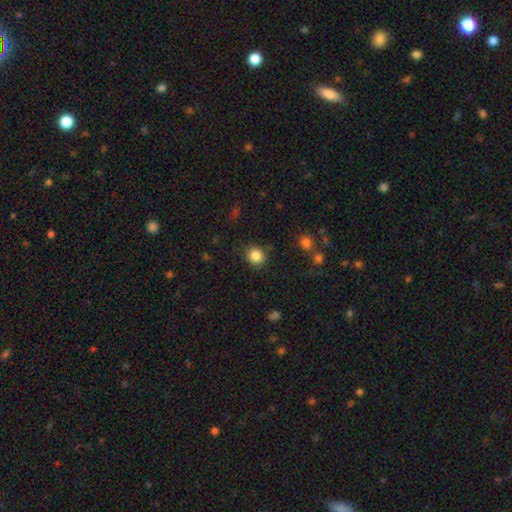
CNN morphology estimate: This is clearly a smooth galaxy (85%). How rounded: clearly round (85%). Merging: clearly none (85%).